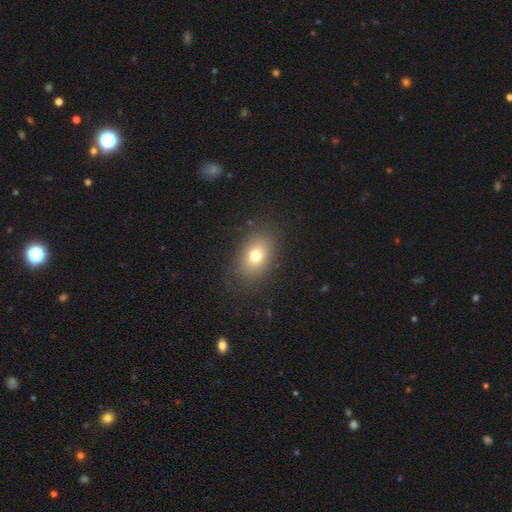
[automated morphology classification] The model was most divided on "how rounded": in between: 78%, round: 20%, cigar-shaped: 2%. More confident: merging — none (85%); smooth or featured — smooth (75%).